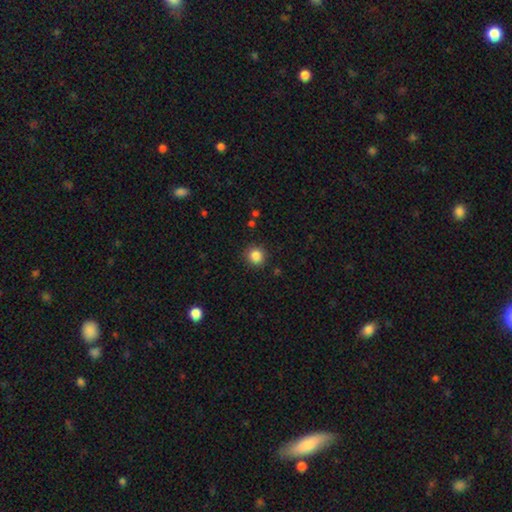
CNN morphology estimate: A smooth galaxy with no disk features (86%) that is round (91%). Merging: none (89%).